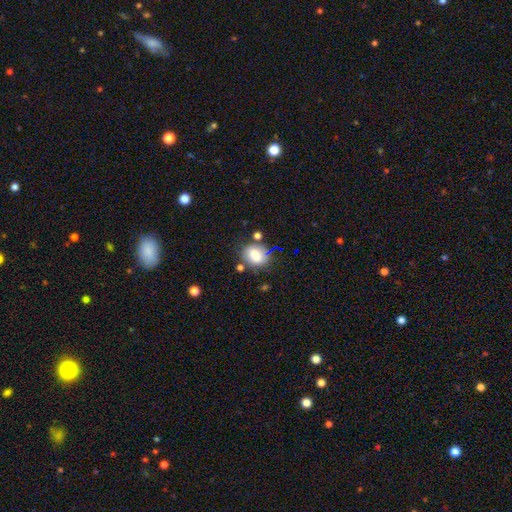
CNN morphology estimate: Q: Smooth or featured?
A: smooth (79%); runner-up: featured or disk (10%)
Q: How rounded?
A: in between (57%); runner-up: round (42%)
Q: Merging?
A: none (66%); runner-up: minor disturbance (18%)